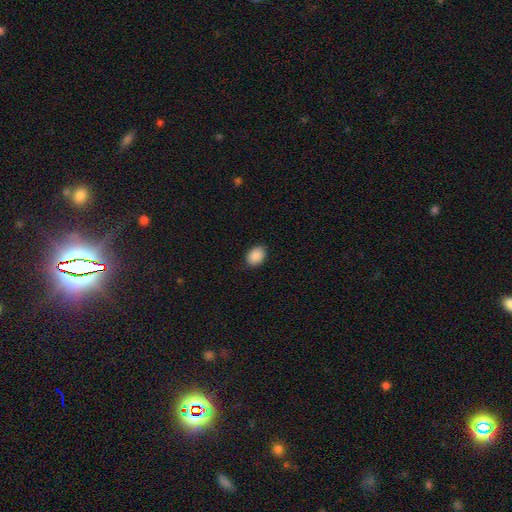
smooth_or_featured: smooth (p=0.90) [alt: star or artifact p=0.10]
how_rounded: in between (p=0.69) [alt: round p=0.31]
merging: none (p=0.83) [alt: minor disturbance p=0.11]